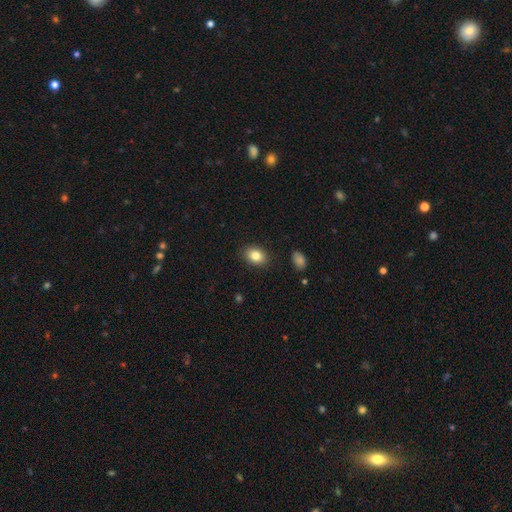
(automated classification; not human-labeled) Q: Smooth or featured?
A: smooth (83%); runner-up: star or artifact (9%)
Q: How rounded?
A: in between (73%); runner-up: round (26%)
Q: Merging?
A: none (88%); runner-up: minor disturbance (9%)